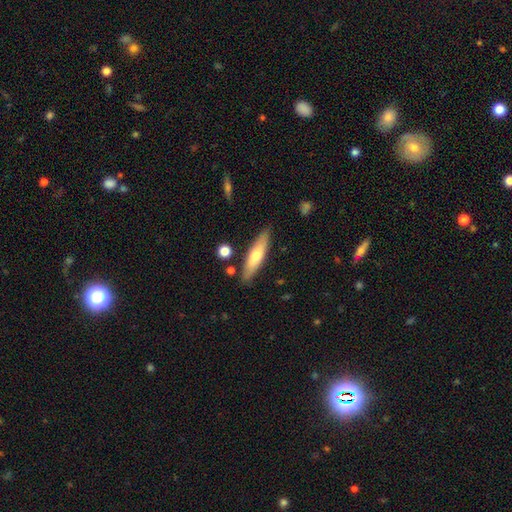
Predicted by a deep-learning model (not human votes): Morphology: type=smooth (60%); roundness=cigar-shaped (71%); merging=none (84%).